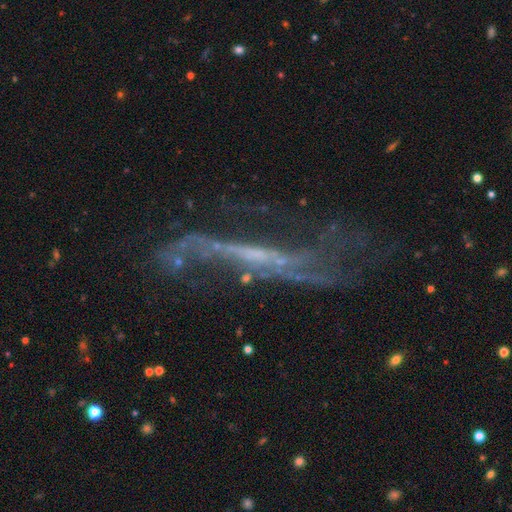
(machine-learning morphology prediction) This is likely a featured or disk galaxy (74%). It is possibly not viewed edge-on (56%). Merging: marginally none (42%).